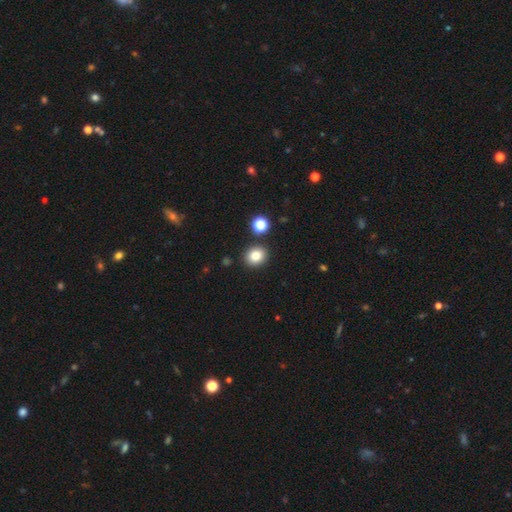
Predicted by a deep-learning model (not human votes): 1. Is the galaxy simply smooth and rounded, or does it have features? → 81% smooth, 12% star or artifact, 7% featured or disk.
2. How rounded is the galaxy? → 78% round, 21% in between, 1% cigar-shaped.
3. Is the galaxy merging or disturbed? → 87% none, 7% minor disturbance, 5% merger, 2% major disturbance.